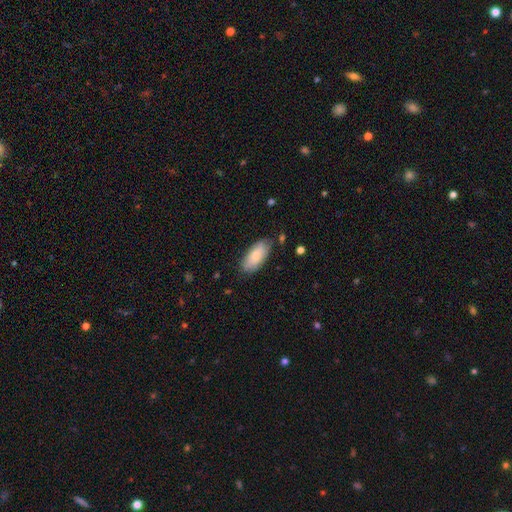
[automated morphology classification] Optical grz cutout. It shows a smooth galaxy with no disk features (81%) that is in between round and cigar-shaped (90%). Merging: none (79%).